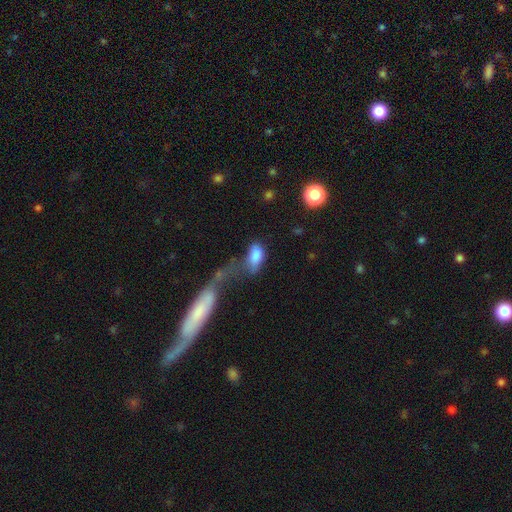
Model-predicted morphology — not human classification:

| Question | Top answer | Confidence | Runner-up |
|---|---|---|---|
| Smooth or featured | smooth | 76% | featured or disk (15%) |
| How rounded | in between | 90% | round (5%) |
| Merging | merger | 35% | major disturbance (29%) |